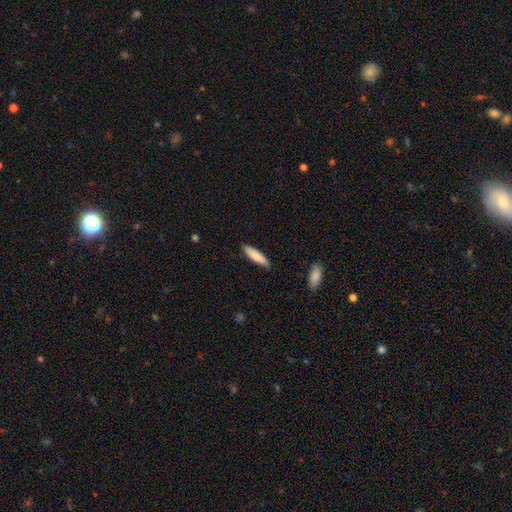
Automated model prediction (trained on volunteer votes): Q: Smooth or featured?
A: smooth (82%); runner-up: featured or disk (12%)
Q: How rounded?
A: cigar-shaped (78%); runner-up: in between (21%)
Q: Merging?
A: none (87%); runner-up: minor disturbance (10%)